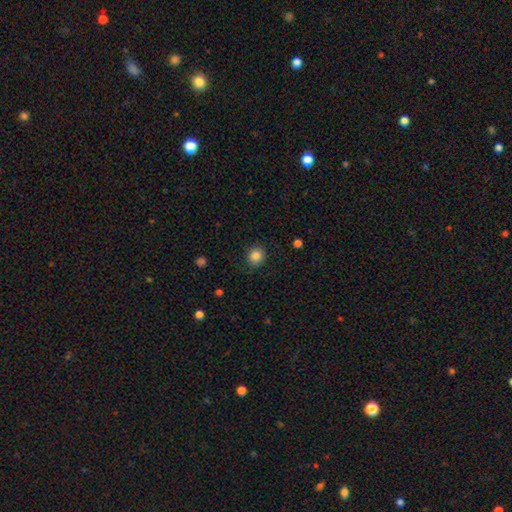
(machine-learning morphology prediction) Q: Smooth or featured?
A: smooth (86%); runner-up: star or artifact (10%)
Q: How rounded?
A: round (83%); runner-up: in between (16%)
Q: Merging?
A: none (87%); runner-up: minor disturbance (9%)